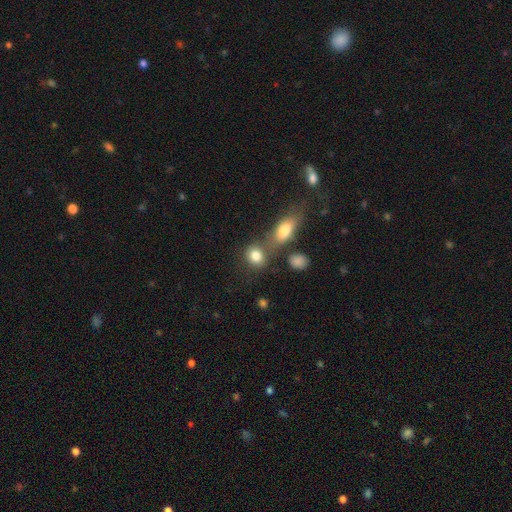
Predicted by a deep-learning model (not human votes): Smooth or featured: smooth — 82% (star or artifact — 10%)
How rounded: round — 59% (in between — 39%)
Merging: none — 51% (merger — 32%)